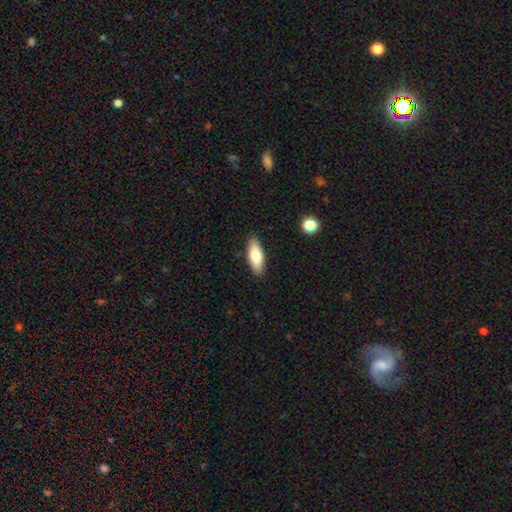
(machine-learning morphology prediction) Smooth or featured?
  - smooth: 75% *
  - featured or disk: 19%
  - star or artifact: 6%
How rounded?
  - in between: 68% *
  - cigar-shaped: 29%
  - round: 2%
Merging?
  - none: 89% *
  - minor disturbance: 8%
  - major disturbance: 2%
  - merger: 1%